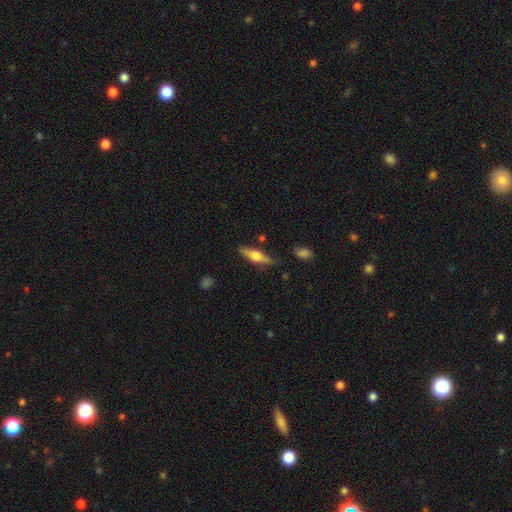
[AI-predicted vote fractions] The model was most divided on "smooth or featured": featured or disk: 52%, smooth: 42%, star or artifact: 6%. More confident: edge-on disk — yes (94%); merging — none (79%).